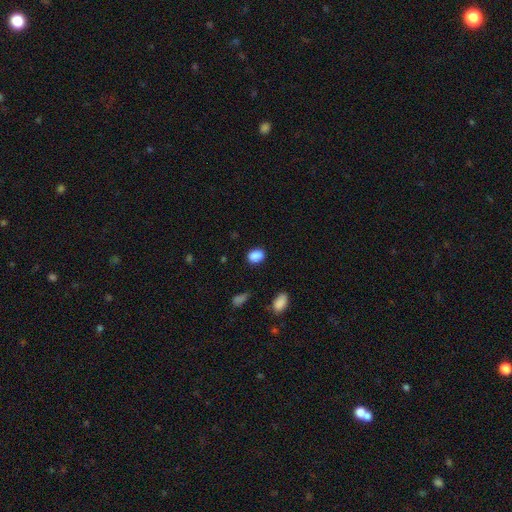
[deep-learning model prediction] This appears to be a smooth galaxy with no disk features (88%) that is in between round and cigar-shaped (68%). Merging: none (84%).